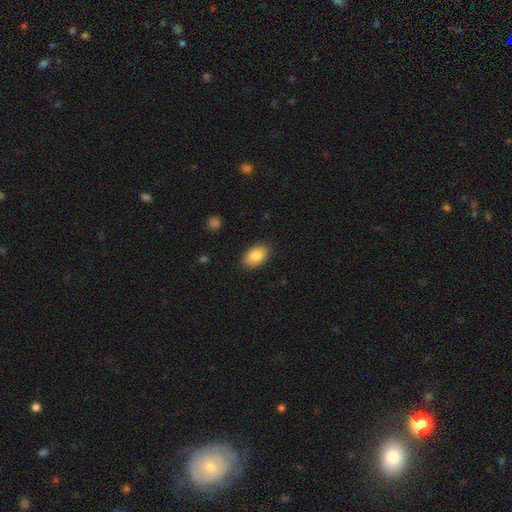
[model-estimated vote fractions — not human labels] smooth_or_featured: smooth (p=0.85) [alt: featured or disk p=0.09]
how_rounded: in between (p=0.91) [alt: round p=0.07]
merging: none (p=0.87) [alt: minor disturbance p=0.10]